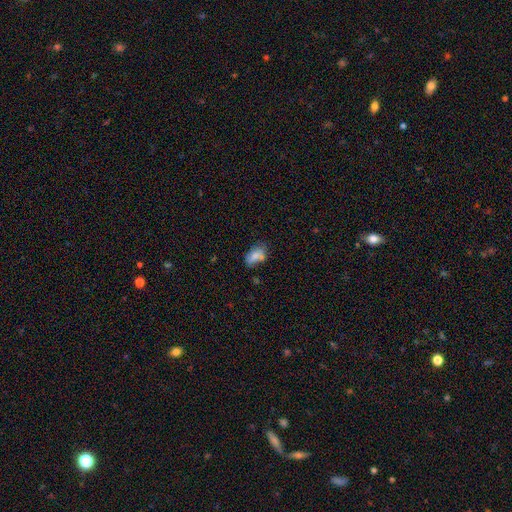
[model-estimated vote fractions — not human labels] This appears to be a smooth galaxy with no disk features (74%) that is in between round and cigar-shaped (88%). Merging: none (49%).